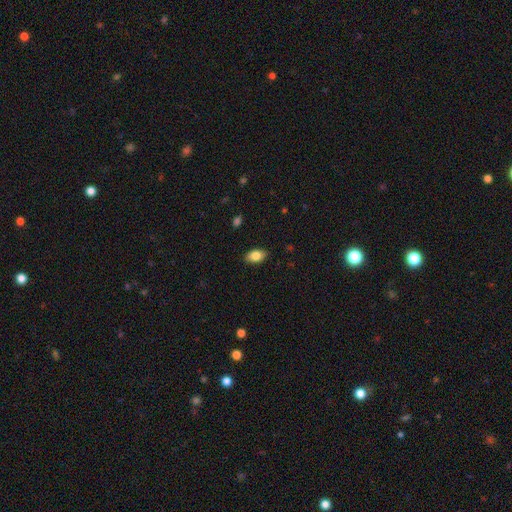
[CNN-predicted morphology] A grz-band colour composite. It shows a smooth galaxy with no disk features (83%) that is in between round and cigar-shaped (91%). Merging: none (88%).